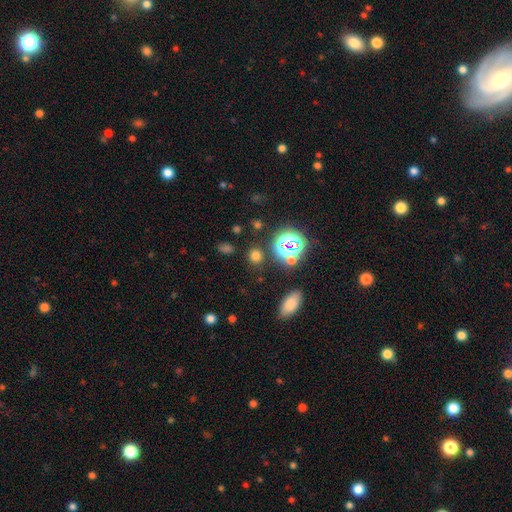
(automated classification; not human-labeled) This appears to be a smooth galaxy with no disk features (65%) that is round (78%). Merging: none (83%).